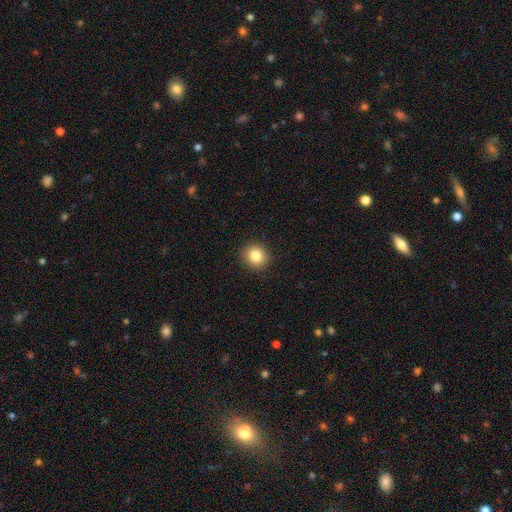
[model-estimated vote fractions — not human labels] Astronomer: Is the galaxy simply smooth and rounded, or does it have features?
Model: smooth — 84%.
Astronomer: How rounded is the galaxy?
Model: round — 87%.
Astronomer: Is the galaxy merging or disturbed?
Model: none — 91%.